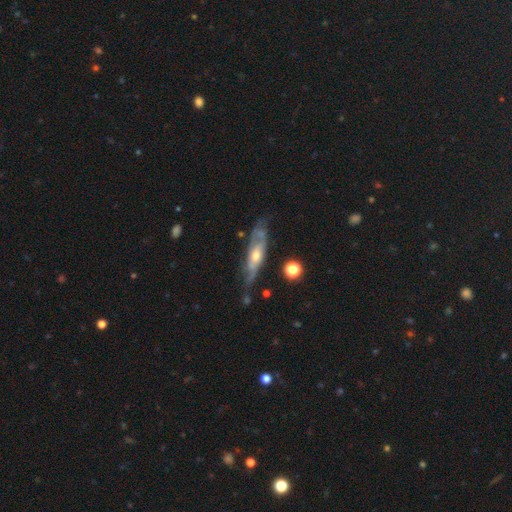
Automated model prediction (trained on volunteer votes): Q: Smooth or featured?
A: featured or disk (72%); runner-up: smooth (22%)
Q: Edge-on disk?
A: no (62%); runner-up: yes (38%)
Q: Merging?
A: none (58%); runner-up: minor disturbance (26%)